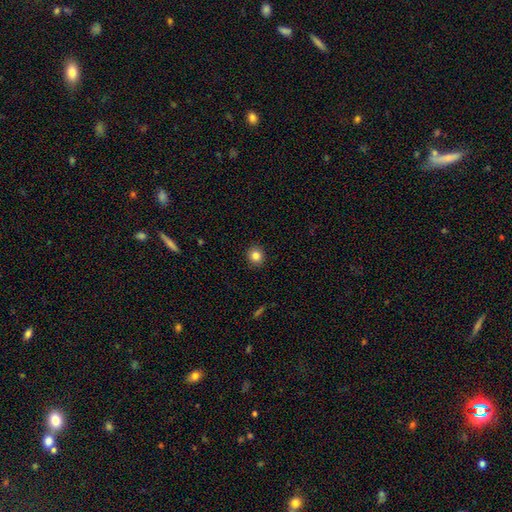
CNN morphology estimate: The model was most divided on "smooth or featured": smooth: 84%, star or artifact: 11%, featured or disk: 5%. More confident: merging — none (92%); how rounded — round (89%).